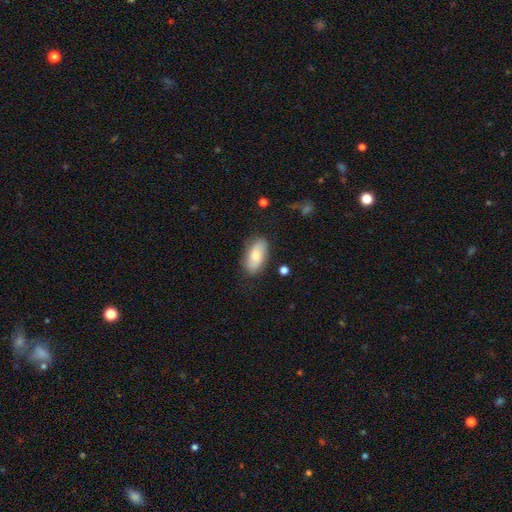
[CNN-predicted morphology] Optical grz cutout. It shows a smooth galaxy with no disk features (74%) that is in between round and cigar-shaped (92%). Merging: none (79%).